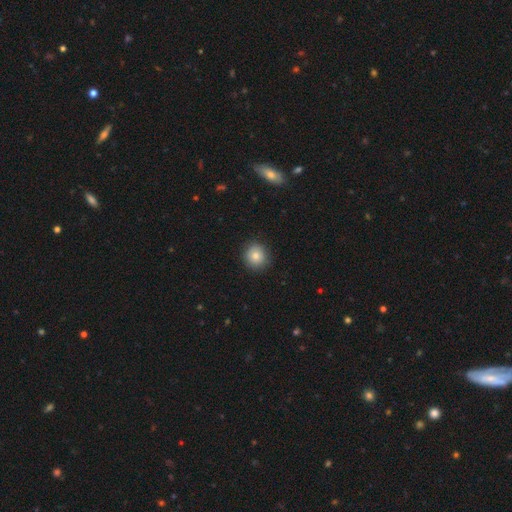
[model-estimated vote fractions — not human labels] This appears to be a smooth galaxy with no disk features (81%) that is round (92%). Merging: none (89%).